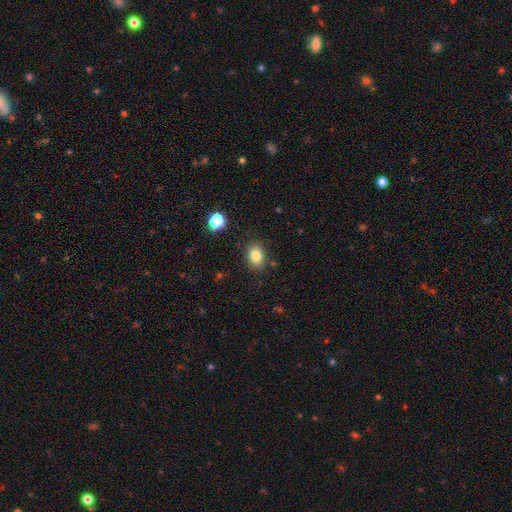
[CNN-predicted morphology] A smooth galaxy with no disk features (82%) that is in between round and cigar-shaped (70%).

Vote fractions:
- Smooth or featured? smooth: 82% / star or artifact: 11% / featured or disk: 8%
- How rounded? in between: 70% / round: 29% / cigar-shaped: 1%
- Merging? none: 85% / minor disturbance: 10% / major disturbance: 3% / merger: 3%